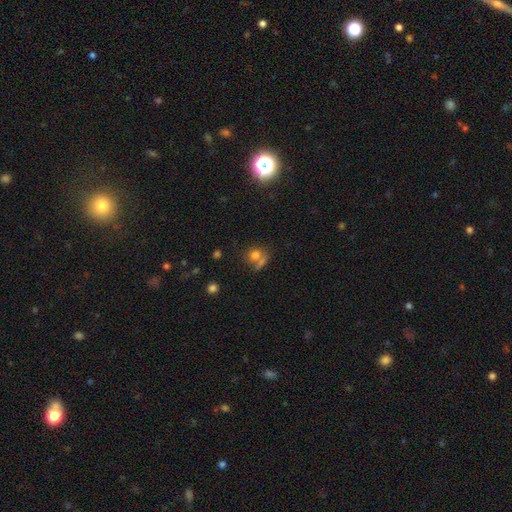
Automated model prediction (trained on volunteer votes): Smooth or featured?
  - smooth: 73% *
  - star or artifact: 15%
  - featured or disk: 13%
How rounded?
  - round: 72% *
  - in between: 26%
  - cigar-shaped: 2%
Merging?
  - none: 48% *
  - merger: 35%
  - minor disturbance: 11%
  - major disturbance: 6%